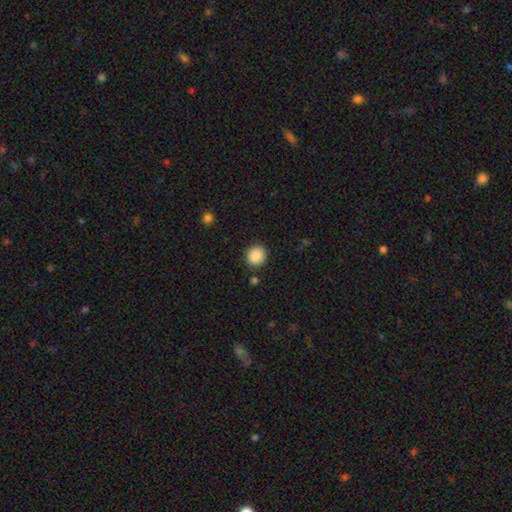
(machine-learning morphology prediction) Smooth or featured? Predicted: smooth (p=0.89). How rounded? Predicted: round (p=0.90). Merging? Predicted: none (p=0.89).